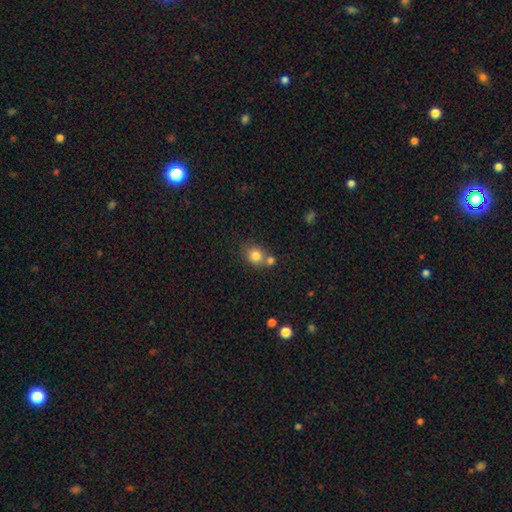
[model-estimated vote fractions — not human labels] Smooth or featured: smooth — 80% (star or artifact — 11%)
How rounded: round — 71% (in between — 28%)
Merging: none — 51% (merger — 35%)